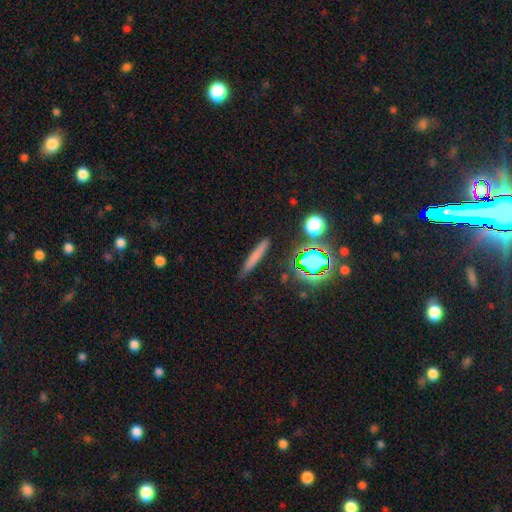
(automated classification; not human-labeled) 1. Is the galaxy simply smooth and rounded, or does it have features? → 64% smooth, 23% featured or disk, 13% star or artifact.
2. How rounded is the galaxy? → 91% cigar-shaped, 5% in between, 4% round.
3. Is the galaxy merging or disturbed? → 86% none, 10% minor disturbance, 2% major disturbance, 2% merger.